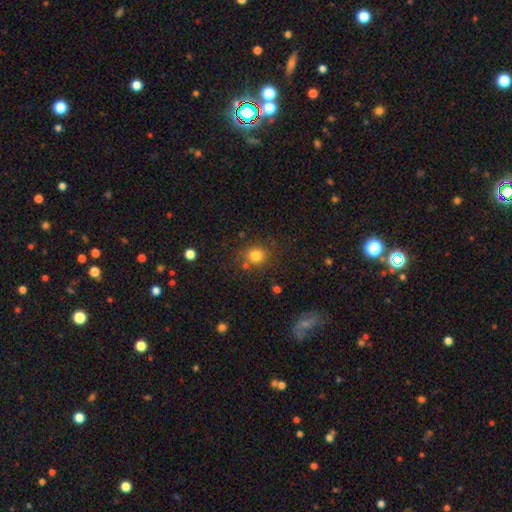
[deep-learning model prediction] Overall: smooth (81%). How rounded: round (82%). Merging: none (78%).